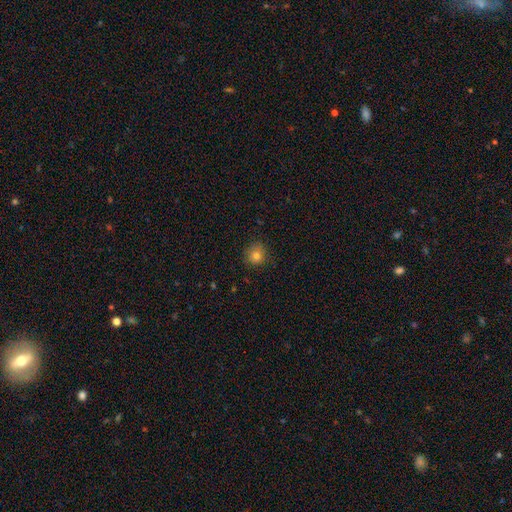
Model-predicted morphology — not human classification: smooth 79%, star or artifact 13%, featured or disk 7%. Down the decision tree: how rounded — round (87%); merging — none (85%).